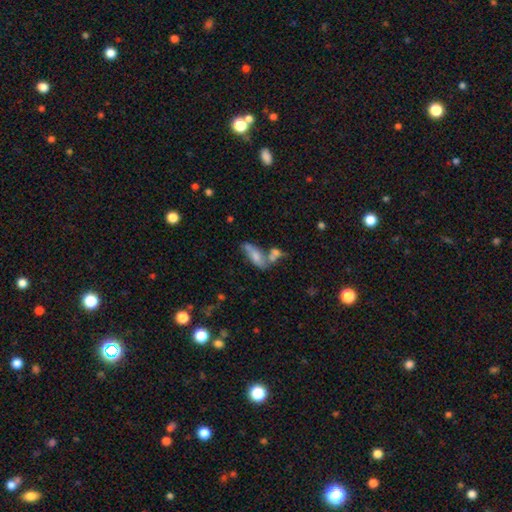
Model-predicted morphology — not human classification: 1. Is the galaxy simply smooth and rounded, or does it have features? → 57% smooth, 32% featured or disk, 11% star or artifact.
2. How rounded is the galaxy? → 57% in between, 39% cigar-shaped, 4% round.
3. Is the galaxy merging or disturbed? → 38% none, 36% merger, 16% minor disturbance, 10% major disturbance.